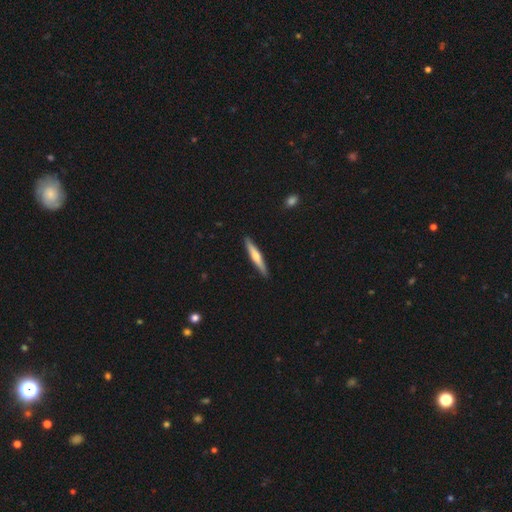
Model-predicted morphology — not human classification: A featured or disk galaxy (47%, tied with smooth).

Vote fractions:
- Smooth or featured? featured or disk: 47% (tied) / smooth: 47% (tied) / star or artifact: 5%
- Merging? none: 91% / minor disturbance: 7% / major disturbance: 1% / merger: 1%